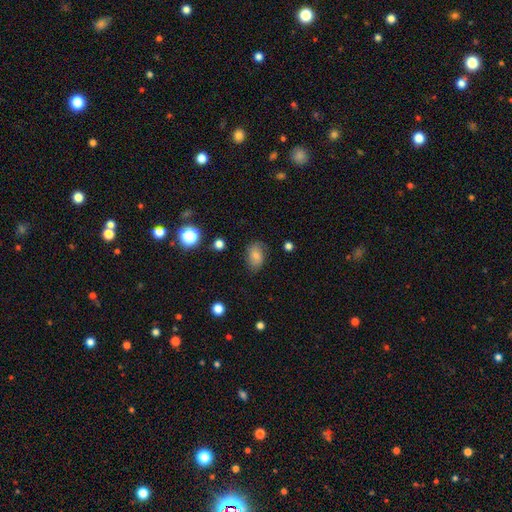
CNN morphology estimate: A smooth galaxy with no disk features (75%) that is in between round and cigar-shaped (83%). Merging: none (73%).